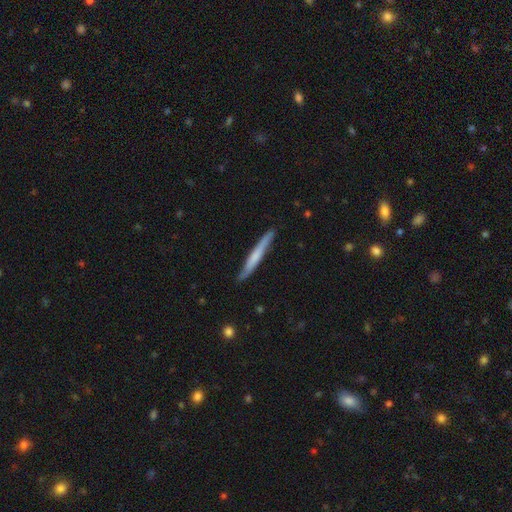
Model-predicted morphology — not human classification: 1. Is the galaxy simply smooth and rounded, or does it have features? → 53% smooth, 42% featured or disk, 5% star or artifact.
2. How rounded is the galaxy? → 96% cigar-shaped, 2% in between, 1% round.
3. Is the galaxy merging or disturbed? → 86% none, 11% minor disturbance, 2% major disturbance, 1% merger.